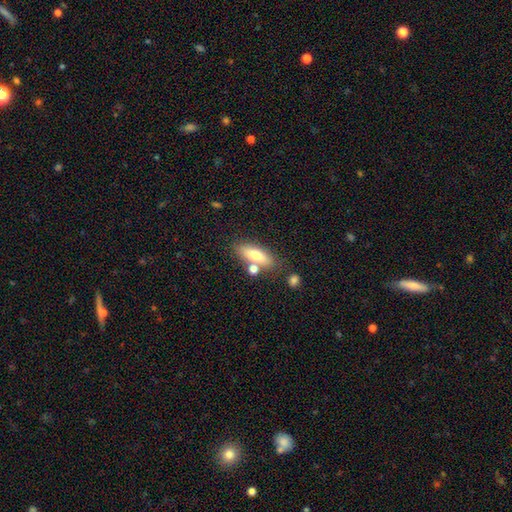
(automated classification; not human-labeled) Smooth or featured? smooth (71%)
How rounded? in between (61%)
Merging? none (68%)